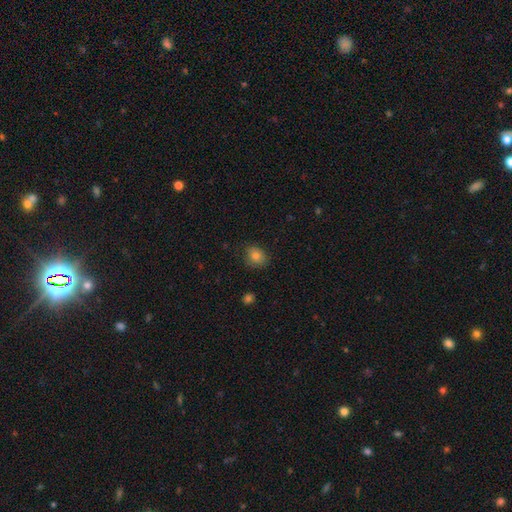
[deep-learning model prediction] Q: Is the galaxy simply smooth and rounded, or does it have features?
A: smooth — 82%.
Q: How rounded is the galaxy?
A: round — 56%.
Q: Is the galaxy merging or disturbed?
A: none — 81%.